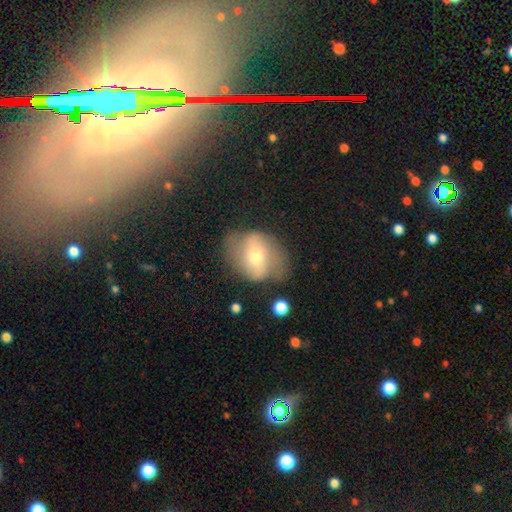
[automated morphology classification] Overall: smooth (47%; featured or disk 45%). Merging: none (47%; minor disturbance 31%).